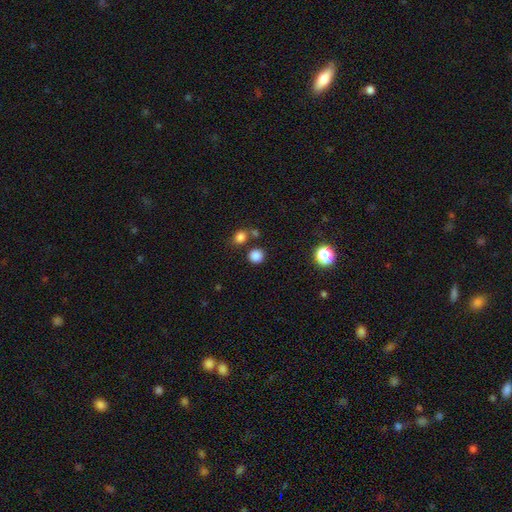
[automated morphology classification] smooth_or_featured: smooth (p=0.82) [alt: star or artifact p=0.14]
how_rounded: round (p=0.91) [alt: in between p=0.08]
merging: none (p=0.79) [alt: merger p=0.11]